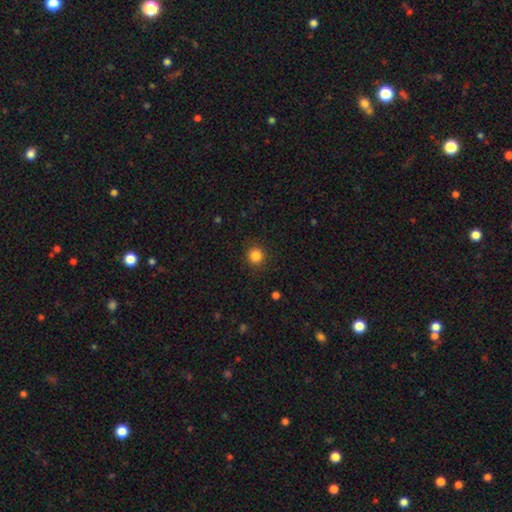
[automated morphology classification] smooth-or-featured: smooth: 85% | star or artifact: 11% | featured or disk: 4%
  how-rounded: round: 94% | in between: 5% | cigar-shaped: 1%
  merging: none: 91% | minor disturbance: 6% | major disturbance: 2% | merger: 1%